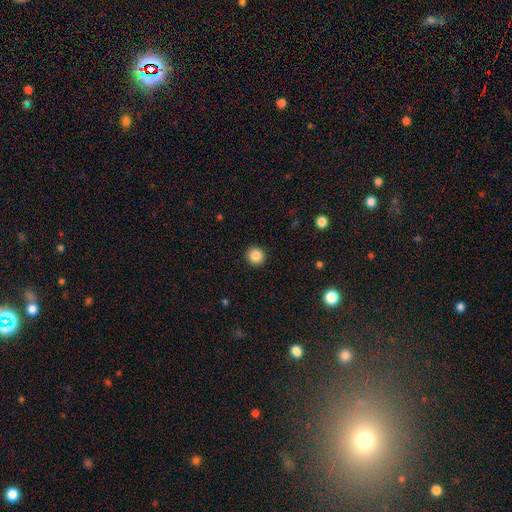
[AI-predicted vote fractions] Smooth or featured?
  - smooth: 87% *
  - star or artifact: 10%
  - featured or disk: 4%
How rounded?
  - round: 94% *
  - in between: 5%
  - cigar-shaped: 1%
Merging?
  - none: 93% *
  - minor disturbance: 5%
  - major disturbance: 2%
  - merger: 1%